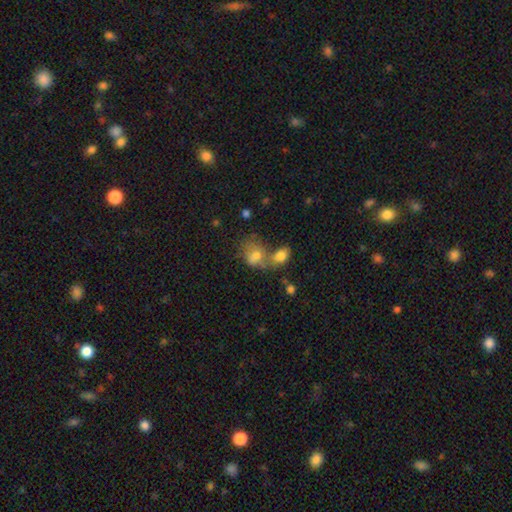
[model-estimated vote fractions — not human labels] Q: Smooth or featured?
A: smooth (72%); runner-up: featured or disk (17%)
Q: How rounded?
A: in between (59%); runner-up: round (40%)
Q: Merging?
A: merger (50%); runner-up: none (24%)